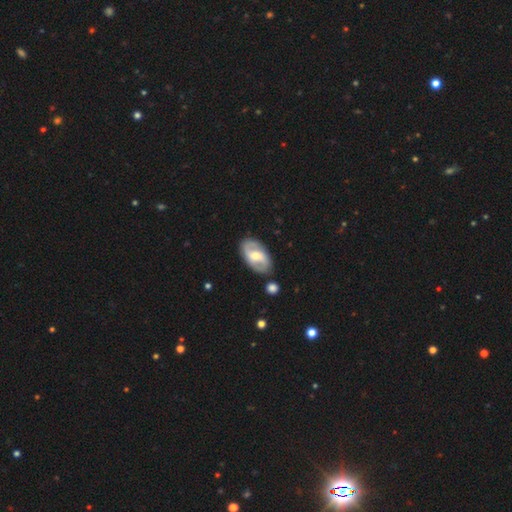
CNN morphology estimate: Smooth or featured? Predicted: featured or disk (p=0.73). Edge-on disk? Predicted: no (p=0.95). Bar? Predicted: weak (p=0.48). Spiral arms? Predicted: yes (p=0.84). Spiral winding? Predicted: medium (p=0.45). Spiral arm count? Predicted: 2 (p=0.85). Bulge size? Predicted: moderate (p=0.68). Merging? Predicted: none (p=0.82).